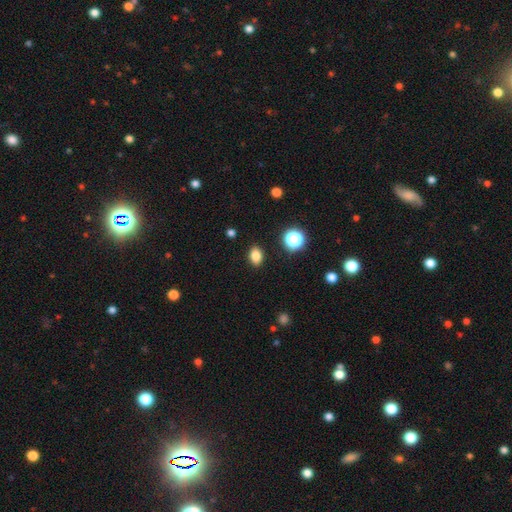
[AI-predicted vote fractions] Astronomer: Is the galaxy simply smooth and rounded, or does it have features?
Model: smooth — 82%.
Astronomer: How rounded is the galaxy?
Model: in between — 75%.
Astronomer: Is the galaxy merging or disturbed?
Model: none — 88%.